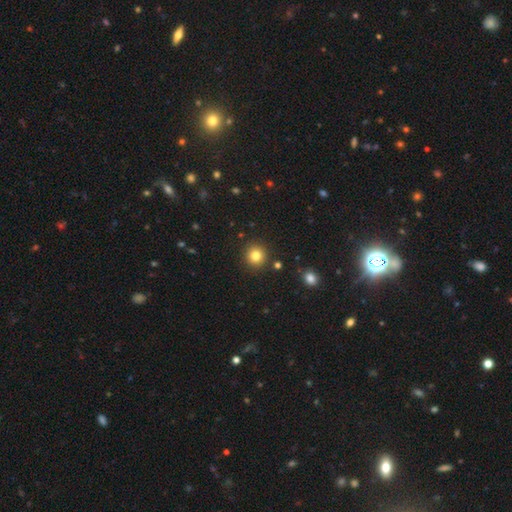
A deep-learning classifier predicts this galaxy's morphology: Overall: smooth (81%). How rounded: round (93%). Merging: none (90%).